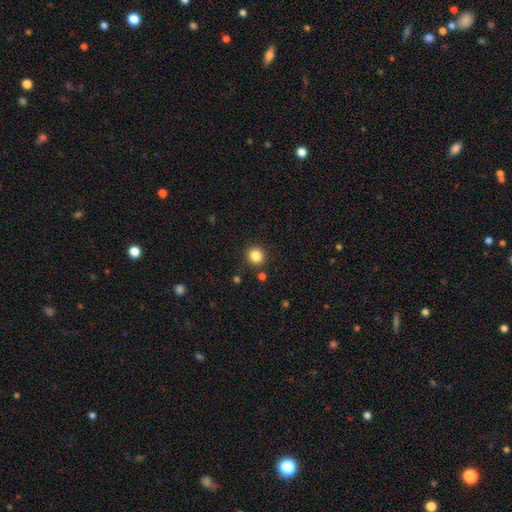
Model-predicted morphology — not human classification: A smooth galaxy with no disk features (84%) that is round (88%).

Vote fractions:
- Smooth or featured? smooth: 84% / star or artifact: 11% / featured or disk: 4%
- How rounded? round: 88% / in between: 11% / cigar-shaped: 1%
- Merging? none: 89% / minor disturbance: 6% / merger: 3% / major disturbance: 2%